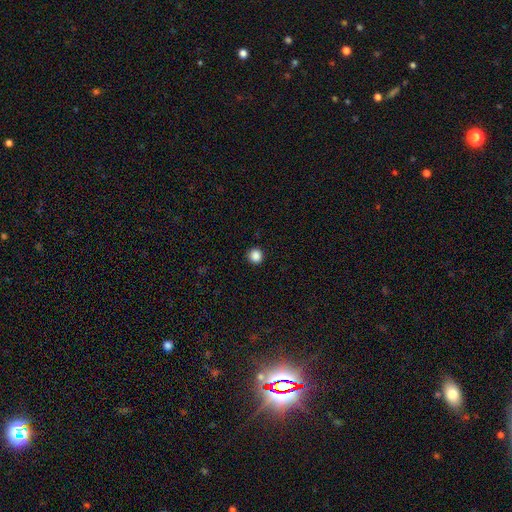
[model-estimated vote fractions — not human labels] Smooth or featured?
  - smooth: 87% *
  - star or artifact: 11%
  - featured or disk: 3%
How rounded?
  - round: 93% *
  - in between: 6%
  - cigar-shaped: 1%
Merging?
  - none: 92% *
  - minor disturbance: 5%
  - major disturbance: 2%
  - merger: 1%